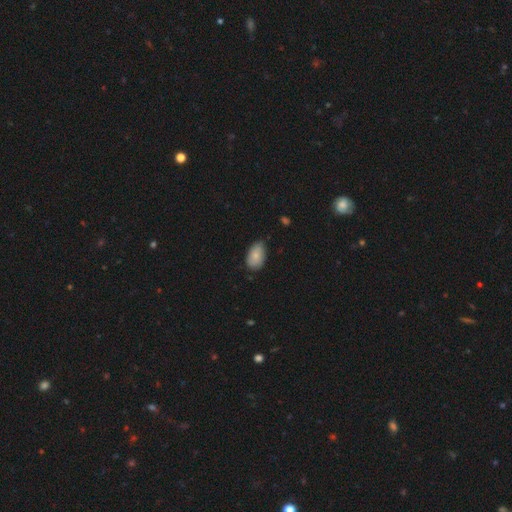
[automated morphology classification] Q: Smooth or featured?
A: smooth (81%); runner-up: featured or disk (12%)
Q: How rounded?
A: in between (92%); runner-up: round (7%)
Q: Merging?
A: none (67%); runner-up: minor disturbance (28%)